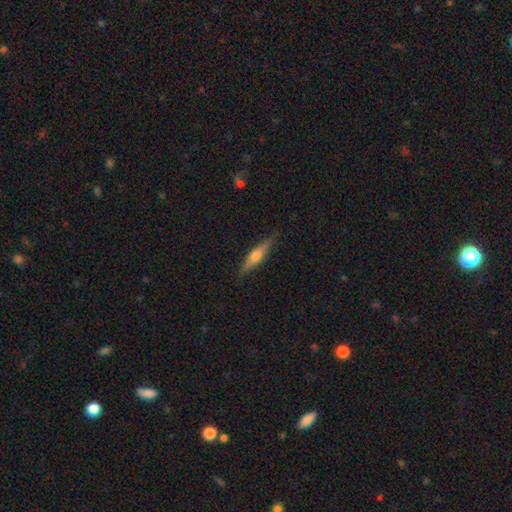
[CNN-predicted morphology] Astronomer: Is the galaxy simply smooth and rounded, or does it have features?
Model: featured or disk — 61%.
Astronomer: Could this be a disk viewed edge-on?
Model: yes — 96%.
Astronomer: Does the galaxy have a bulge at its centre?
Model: rounded — 91%.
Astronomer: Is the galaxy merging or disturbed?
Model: none — 87%.